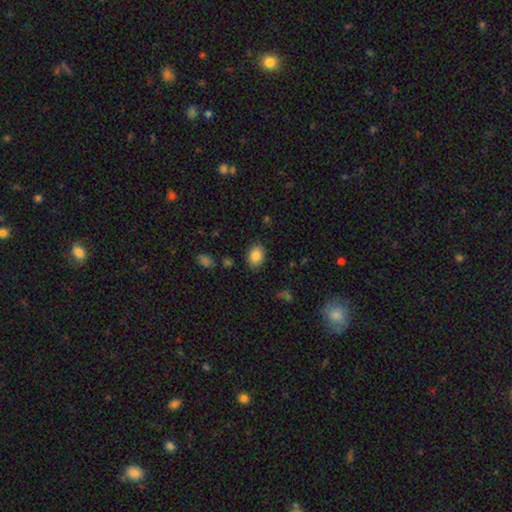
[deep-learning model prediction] Smooth or featured? smooth (85%)
How rounded? in between (76%)
Merging? none (85%)